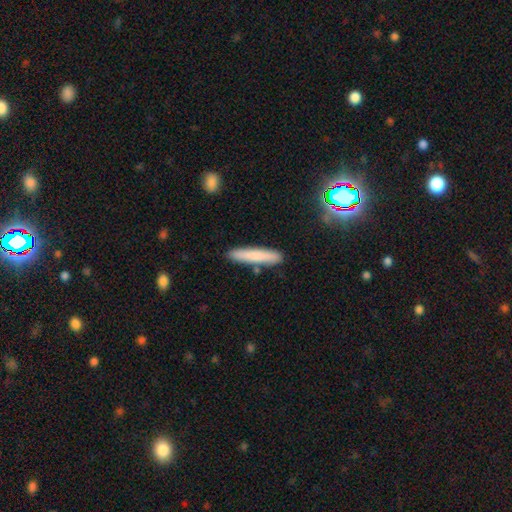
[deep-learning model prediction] smooth-or-featured: smooth: 76% | featured or disk: 17% | star or artifact: 7%
  how-rounded: cigar-shaped: 92% | in between: 7% | round: 1%
  merging: none: 87% | minor disturbance: 8% | merger: 3% | major disturbance: 2%